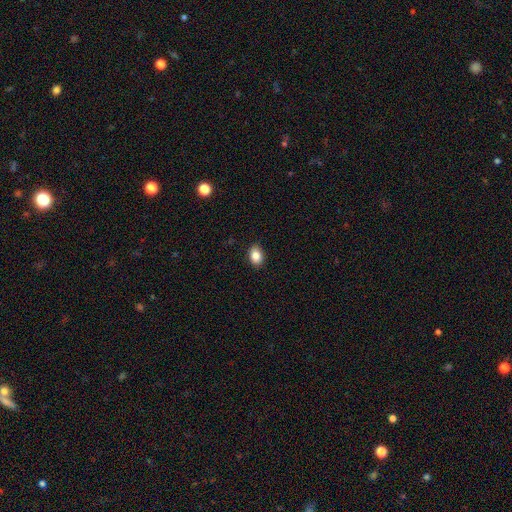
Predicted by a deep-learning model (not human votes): Smooth or featured? smooth (85%)
How rounded? in between (79%)
Merging? none (89%)